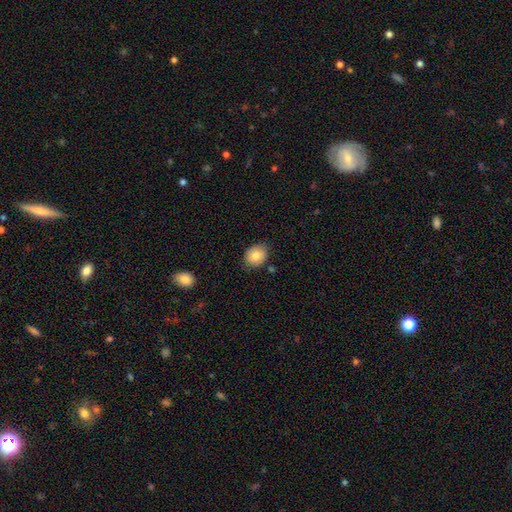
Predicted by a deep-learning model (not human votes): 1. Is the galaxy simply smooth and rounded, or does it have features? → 82% smooth, 9% featured or disk, 8% star or artifact.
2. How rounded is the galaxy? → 57% round, 43% in between, 1% cigar-shaped.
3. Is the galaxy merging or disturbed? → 80% none, 15% minor disturbance, 3% merger, 3% major disturbance.